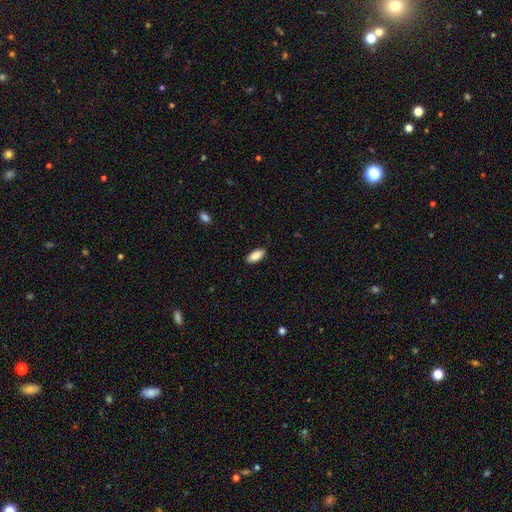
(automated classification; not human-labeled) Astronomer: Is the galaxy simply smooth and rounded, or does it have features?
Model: smooth — 89%.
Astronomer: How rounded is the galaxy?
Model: in between — 87%.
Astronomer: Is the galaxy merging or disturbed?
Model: none — 88%.